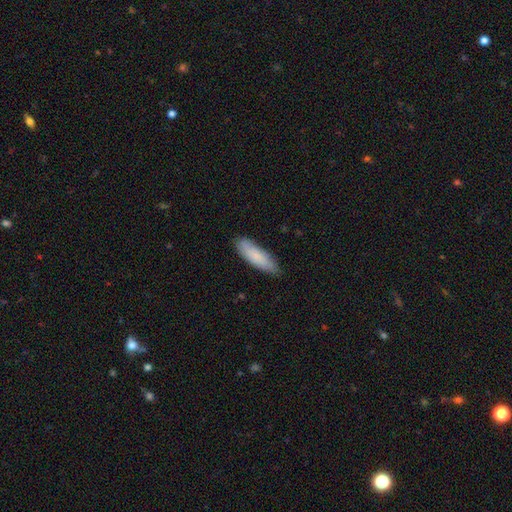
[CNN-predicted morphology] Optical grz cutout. It shows a smooth galaxy with no disk features (79%) that is cigar-shaped (52%). Merging: none (81%).